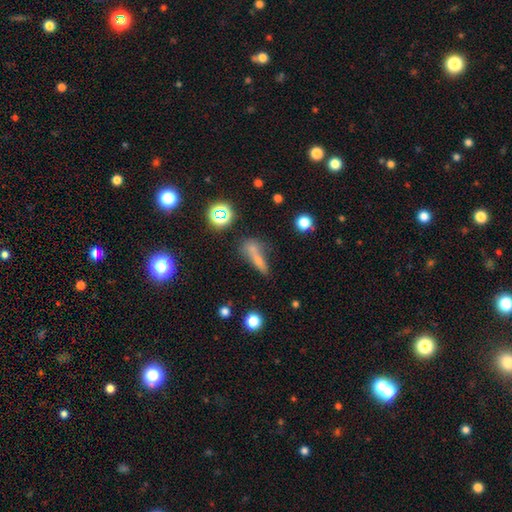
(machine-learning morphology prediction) This is possibly a smooth galaxy (55%). How rounded: likely cigar-shaped (61%). Merging: possibly none (48%).